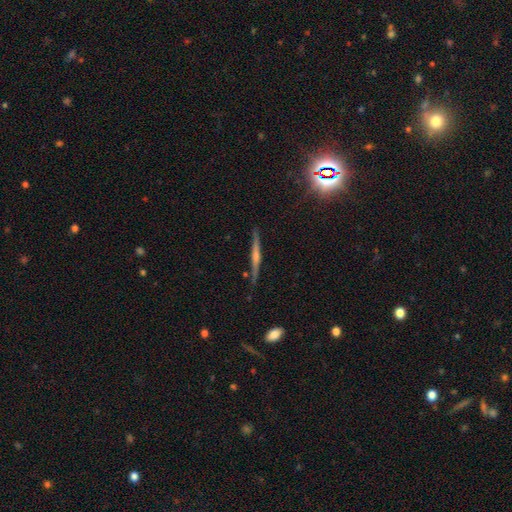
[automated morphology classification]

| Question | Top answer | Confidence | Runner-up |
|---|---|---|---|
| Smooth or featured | featured or disk | 59% | star or artifact (22%) |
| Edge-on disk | yes | 93% | no (7%) |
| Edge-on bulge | rounded | 68% | none (21%) |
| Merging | none | 84% | minor disturbance (11%) |